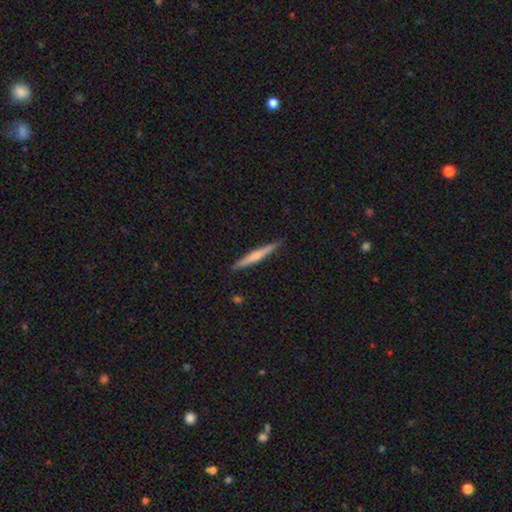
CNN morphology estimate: smooth 49%, featured or disk 45%, star or artifact 5%. Down the decision tree: merging — none (90%).